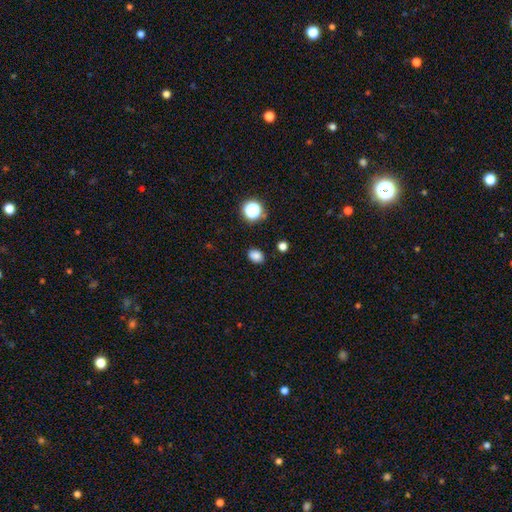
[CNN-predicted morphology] Smooth or featured?
  - smooth: 82% *
  - star or artifact: 14%
  - featured or disk: 4%
How rounded?
  - in between: 58% *
  - round: 41%
  - cigar-shaped: 1%
Merging?
  - none: 86% *
  - minor disturbance: 9%
  - major disturbance: 2%
  - merger: 2%